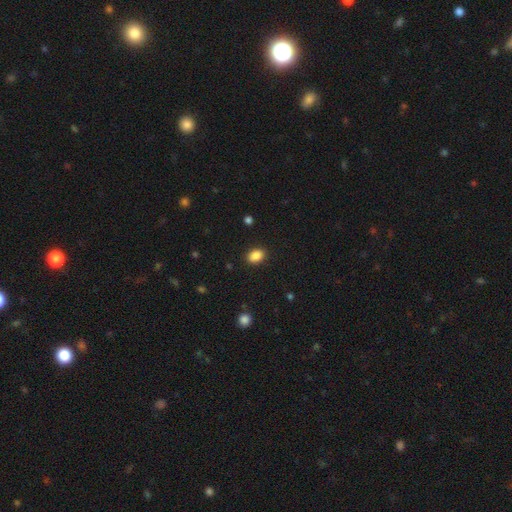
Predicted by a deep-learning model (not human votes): The model was most divided on "how rounded": in between: 76%, round: 23%, cigar-shaped: 1%. More confident: merging — none (89%); smooth or featured — smooth (88%).